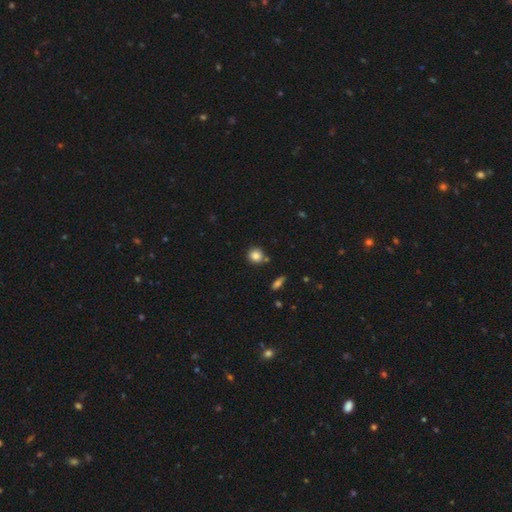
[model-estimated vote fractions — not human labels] Smooth or featured?
  - smooth: 84% *
  - star or artifact: 10%
  - featured or disk: 6%
How rounded?
  - round: 88% *
  - in between: 11%
  - cigar-shaped: 1%
Merging?
  - none: 77% *
  - minor disturbance: 11%
  - merger: 9%
  - major disturbance: 3%